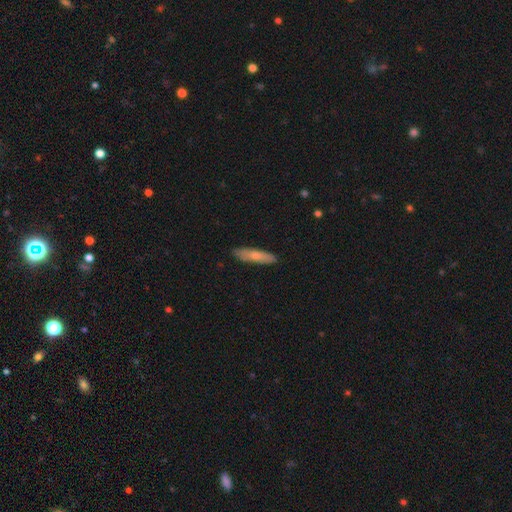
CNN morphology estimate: smooth 68%, featured or disk 27%, star or artifact 6%. Down the decision tree: how rounded — cigar-shaped (72%); merging — none (87%).